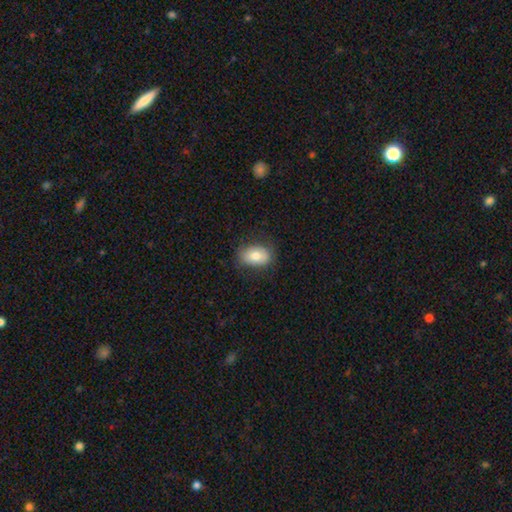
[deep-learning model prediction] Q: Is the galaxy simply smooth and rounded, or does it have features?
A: smooth — 77%.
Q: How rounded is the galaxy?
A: in between — 84%.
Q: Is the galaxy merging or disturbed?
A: none — 80%.